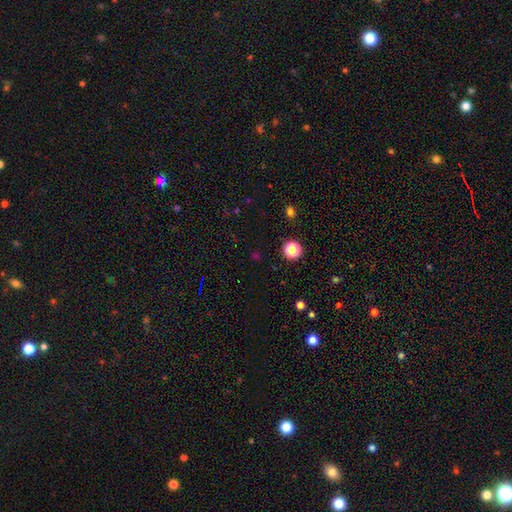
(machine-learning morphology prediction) Smooth or featured?
  - star or artifact: 51% *
  - smooth: 43%
  - featured or disk: 6%